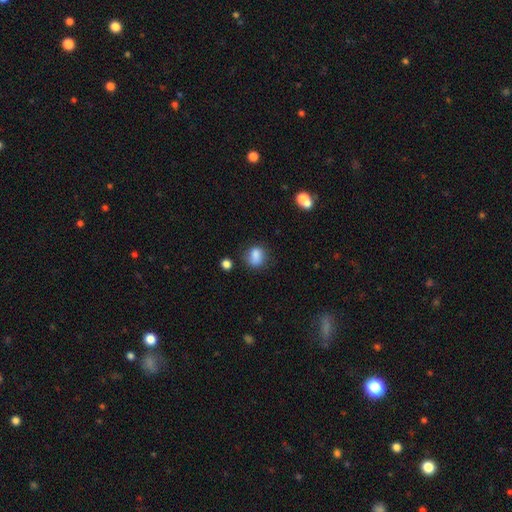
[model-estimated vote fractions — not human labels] smooth-or-featured: smooth: 83% | star or artifact: 10% | featured or disk: 7%
  how-rounded: round: 54% | in between: 45% | cigar-shaped: 1%
  merging: none: 66% | minor disturbance: 23% | major disturbance: 7% | merger: 4%